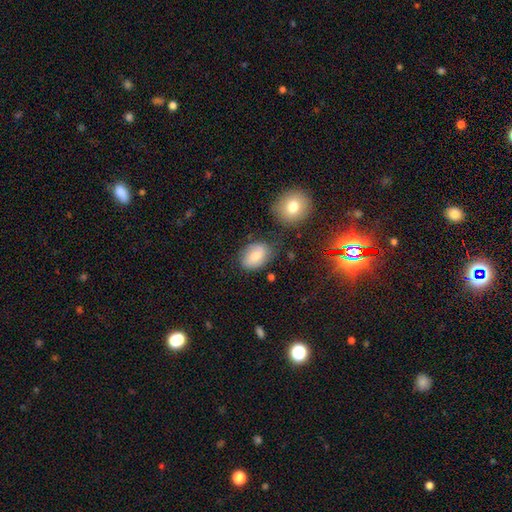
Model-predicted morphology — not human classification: Smooth or featured: smooth — 74% (featured or disk — 18%)
How rounded: in between — 83% (round — 16%)
Merging: none — 66% (minor disturbance — 22%)